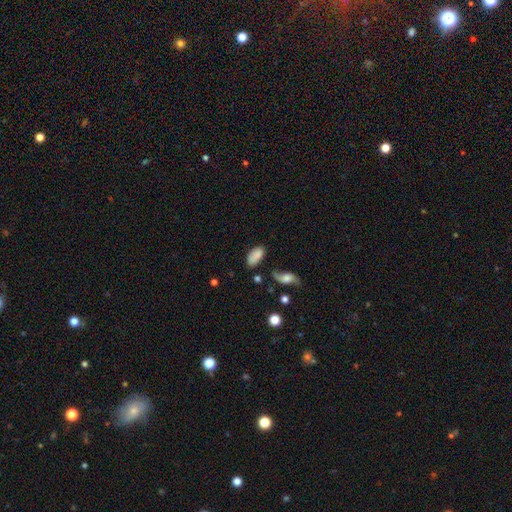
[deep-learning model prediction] Smooth or featured? smooth (79%)
How rounded? in between (93%)
Merging? none (61%)